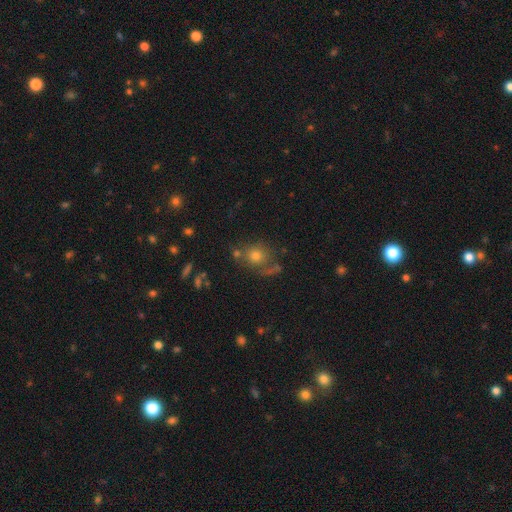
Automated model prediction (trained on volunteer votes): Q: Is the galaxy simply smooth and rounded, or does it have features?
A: smooth — 68%.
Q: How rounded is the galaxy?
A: round — 79%.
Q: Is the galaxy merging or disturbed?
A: none — 58%.